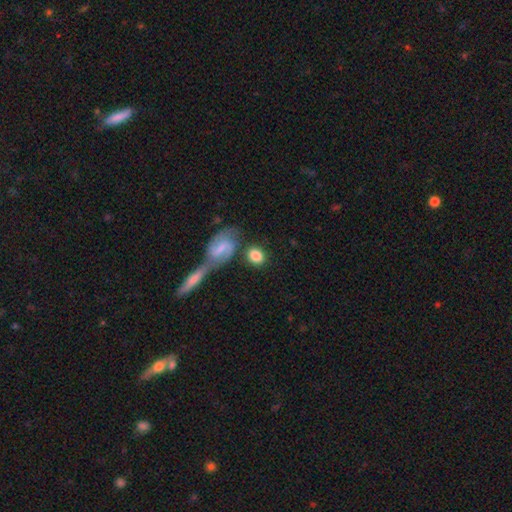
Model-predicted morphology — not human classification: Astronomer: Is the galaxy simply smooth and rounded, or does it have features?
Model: smooth — 76%.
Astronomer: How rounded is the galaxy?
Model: in between — 50% (runner-up: round, 47%).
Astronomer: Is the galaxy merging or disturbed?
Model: none — 61%.